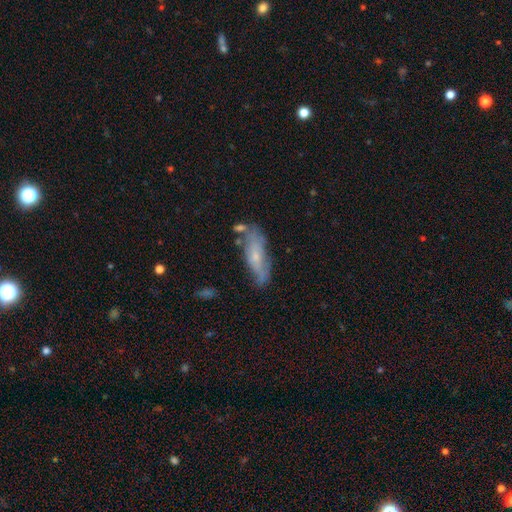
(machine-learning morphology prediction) Q: Smooth or featured?
A: featured or disk (47%); runner-up: smooth (45%)
Q: Merging?
A: none (59%); runner-up: minor disturbance (24%)